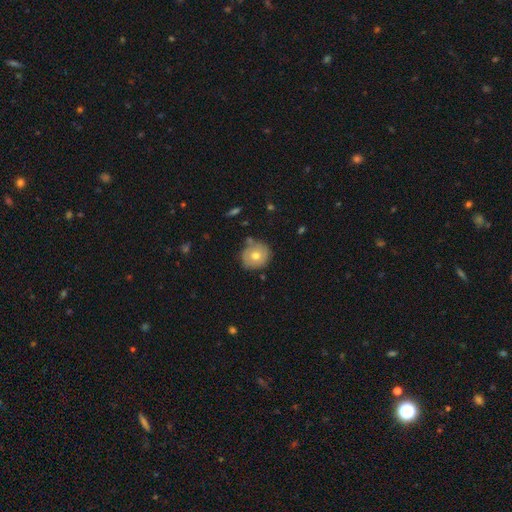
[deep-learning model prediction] smooth_or_featured: smooth (p=0.68) [alt: featured or disk p=0.23]
how_rounded: round (p=0.89) [alt: in between p=0.10]
merging: none (p=0.78) [alt: minor disturbance p=0.14]